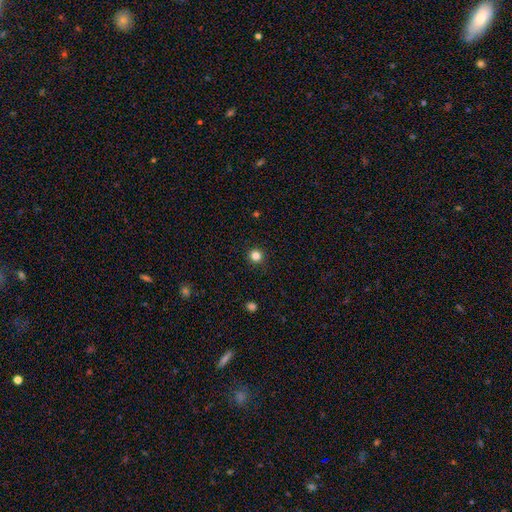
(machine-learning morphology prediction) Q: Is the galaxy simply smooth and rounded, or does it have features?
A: smooth — 83%.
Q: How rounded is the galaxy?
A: round — 95%.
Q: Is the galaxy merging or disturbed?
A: none — 92%.